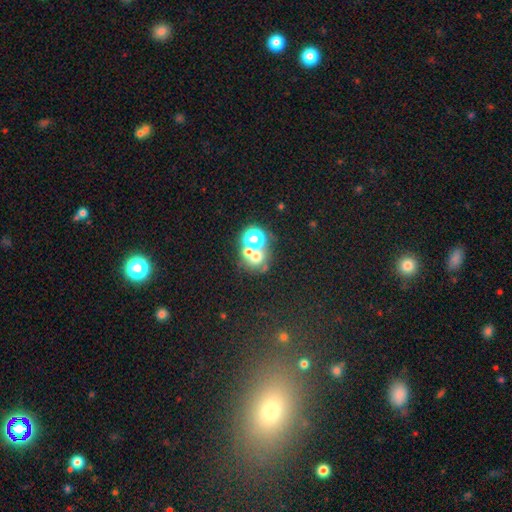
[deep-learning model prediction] Smooth or featured?
  - smooth: 54% *
  - star or artifact: 26%
  - featured or disk: 20%
How rounded?
  - round: 78% *
  - in between: 21%
  - cigar-shaped: 1%
Merging?
  - merger: 48% *
  - none: 40%
  - minor disturbance: 7%
  - major disturbance: 6%